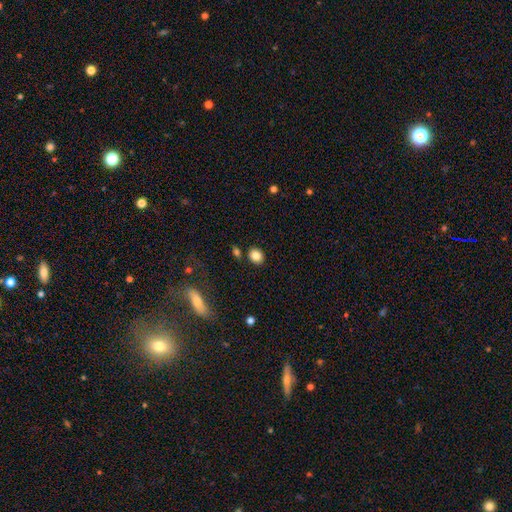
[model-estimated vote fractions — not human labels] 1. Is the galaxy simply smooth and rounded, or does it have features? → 85% smooth, 10% star or artifact, 5% featured or disk.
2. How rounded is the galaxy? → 57% round, 42% in between, 1% cigar-shaped.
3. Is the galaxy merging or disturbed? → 82% none, 9% minor disturbance, 5% merger, 3% major disturbance.